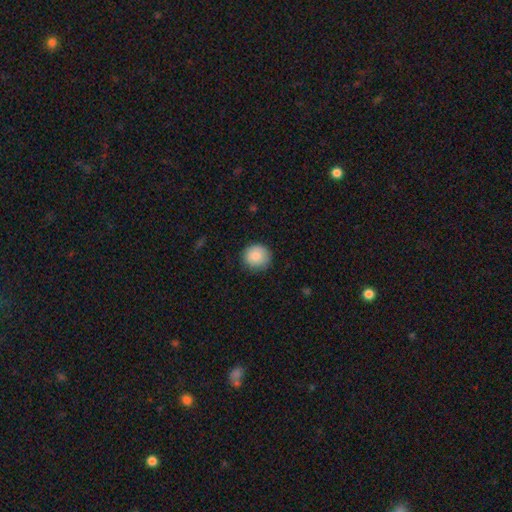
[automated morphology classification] A smooth galaxy with no disk features (88%) that is round (89%). Merging: none (86%).